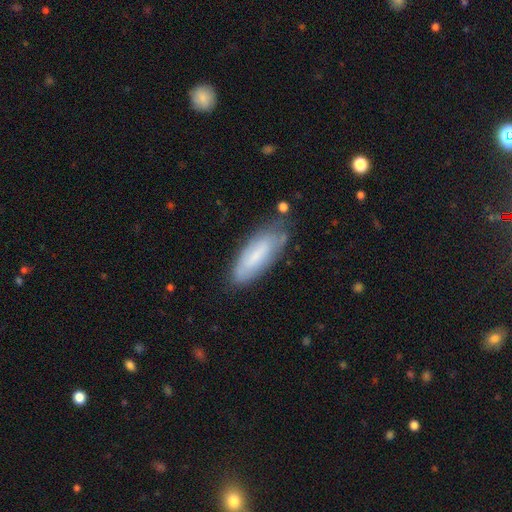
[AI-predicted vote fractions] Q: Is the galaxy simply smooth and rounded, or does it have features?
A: smooth — 64%.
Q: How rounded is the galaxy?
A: in between — 63%.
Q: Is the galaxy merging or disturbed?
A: none — 68%.